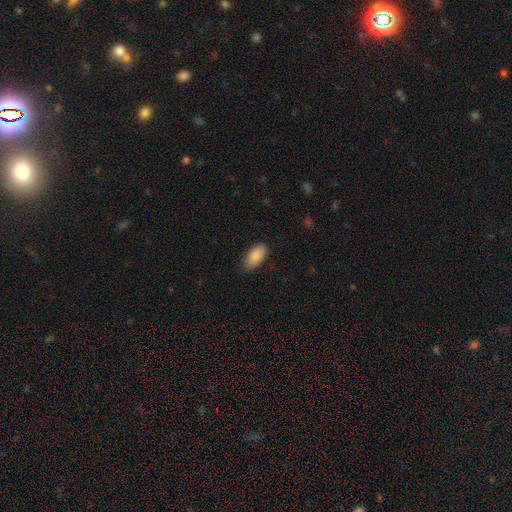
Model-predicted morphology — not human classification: smooth 89%, star or artifact 6%, featured or disk 5%. Down the decision tree: how rounded — in between (94%); merging — none (78%).